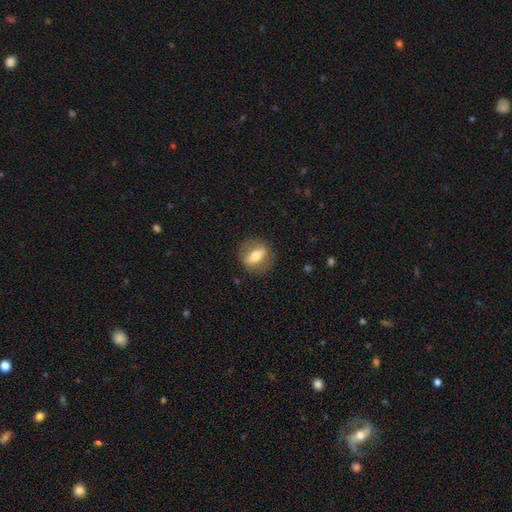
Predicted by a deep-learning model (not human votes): smooth_or_featured: smooth (p=0.47) [alt: featured or disk p=0.46]
merging: none (p=0.85) [alt: minor disturbance p=0.10]